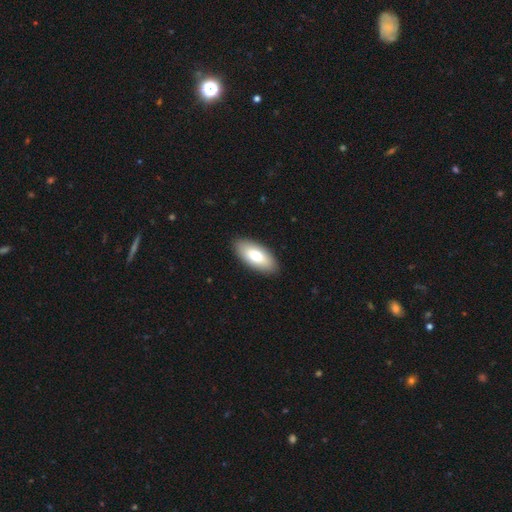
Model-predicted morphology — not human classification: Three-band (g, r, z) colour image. It shows a smooth galaxy with no disk features (76%) that is in between round and cigar-shaped (89%). Merging: none (90%).